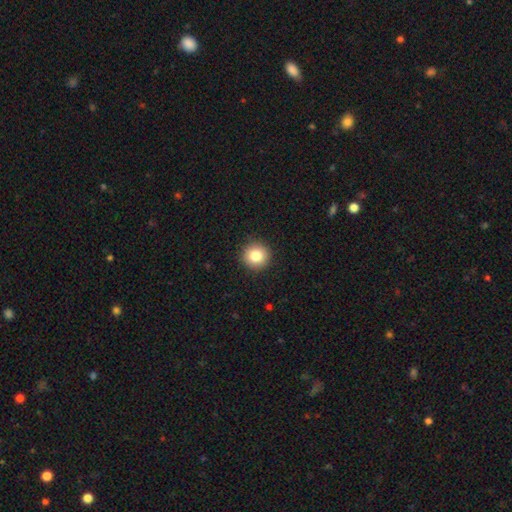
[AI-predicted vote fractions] smooth_or_featured: smooth (p=0.83) [alt: star or artifact p=0.10]
how_rounded: round (p=0.94) [alt: in between p=0.05]
merging: none (p=0.92) [alt: minor disturbance p=0.05]